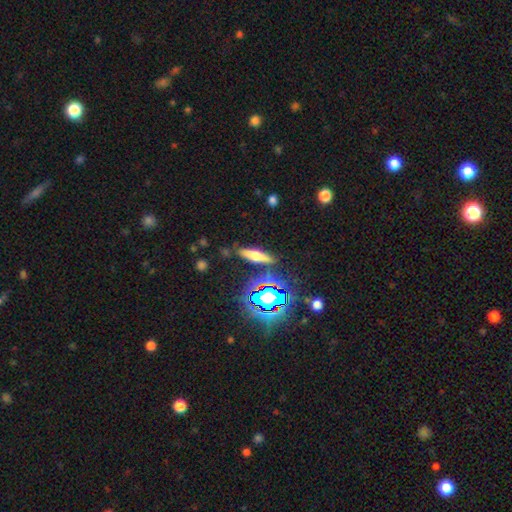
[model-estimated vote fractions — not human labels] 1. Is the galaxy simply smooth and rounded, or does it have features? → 44% smooth, 38% featured or disk, 19% star or artifact.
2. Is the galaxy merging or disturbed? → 82% none, 10% minor disturbance, 4% merger, 3% major disturbance.